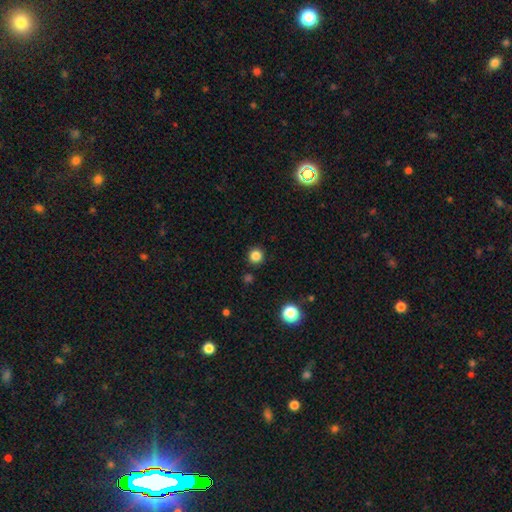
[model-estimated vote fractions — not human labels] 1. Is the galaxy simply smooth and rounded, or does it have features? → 83% smooth, 13% star or artifact, 3% featured or disk.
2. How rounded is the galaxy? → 95% round, 4% in between, 1% cigar-shaped.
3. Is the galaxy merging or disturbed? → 91% none, 5% minor disturbance, 2% major disturbance, 2% merger.